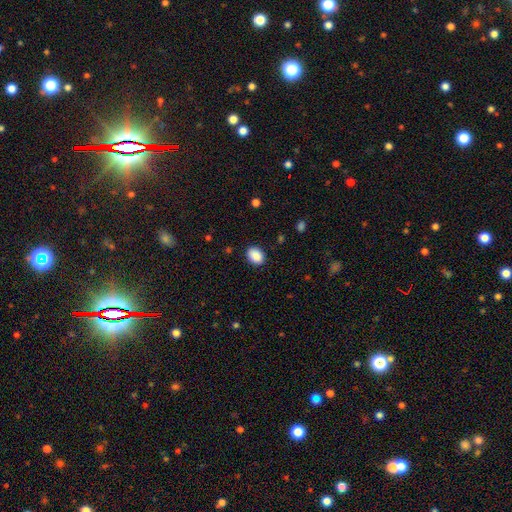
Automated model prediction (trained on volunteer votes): Smooth or featured? Predicted: smooth (p=0.89). How rounded? Predicted: in between (p=0.70). Merging? Predicted: none (p=0.87).